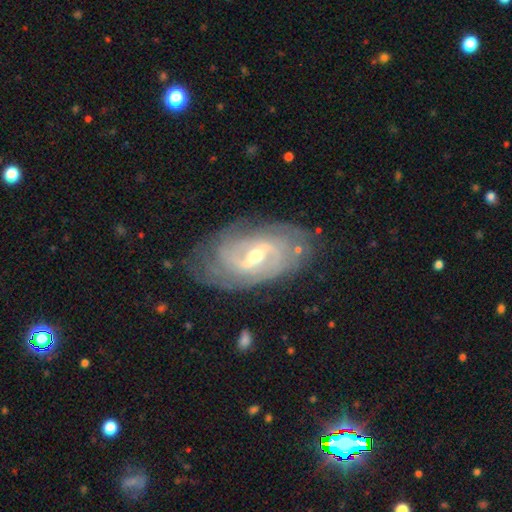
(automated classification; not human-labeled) Smooth or featured? featured or disk (87%)
Edge-on disk? no (94%)
Bar? strong (46%)
Spiral arms? yes (93%)
Spiral winding? tight (58%)
Spiral arm count? 2 (43%)
Bulge size? moderate (54%)
Merging? none (74%)